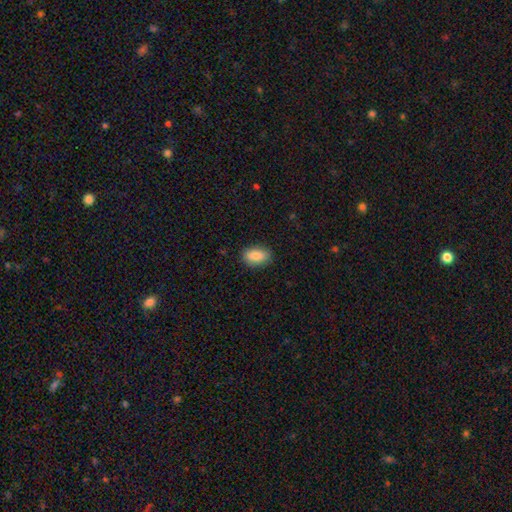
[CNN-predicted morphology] Q: Smooth or featured?
A: smooth (88%); runner-up: star or artifact (7%)
Q: How rounded?
A: in between (91%); runner-up: round (6%)
Q: Merging?
A: none (86%); runner-up: minor disturbance (10%)